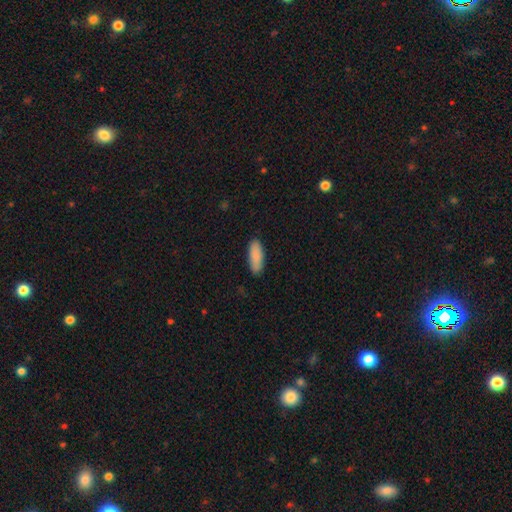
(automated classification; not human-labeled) smooth-or-featured: smooth: 89% | star or artifact: 6% | featured or disk: 5%
  how-rounded: in between: 71% | cigar-shaped: 28% | round: 2%
  merging: none: 86% | minor disturbance: 10% | major disturbance: 2% | merger: 1%